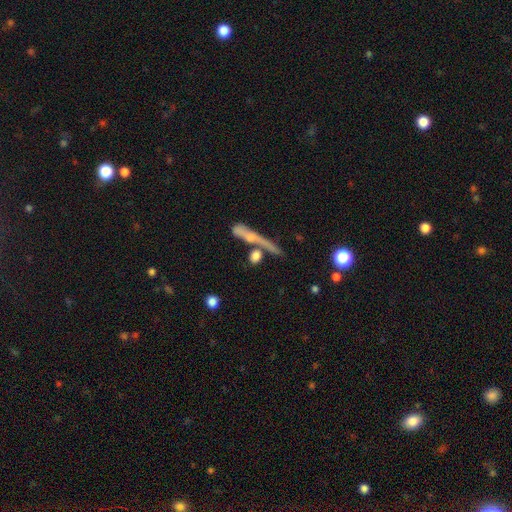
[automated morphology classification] smooth 69%, featured or disk 21%, star or artifact 11%. Down the decision tree: how rounded — round (45%); merging — none (55%).